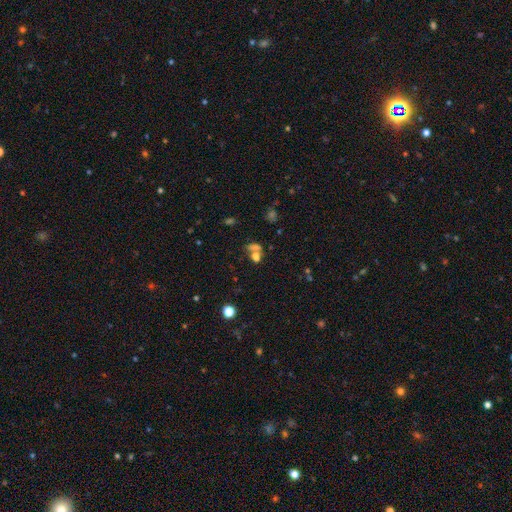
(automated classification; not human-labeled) Smooth or featured? Predicted: smooth (p=0.60). How rounded? Predicted: in between (p=0.52). Merging? Predicted: merger (p=0.47).